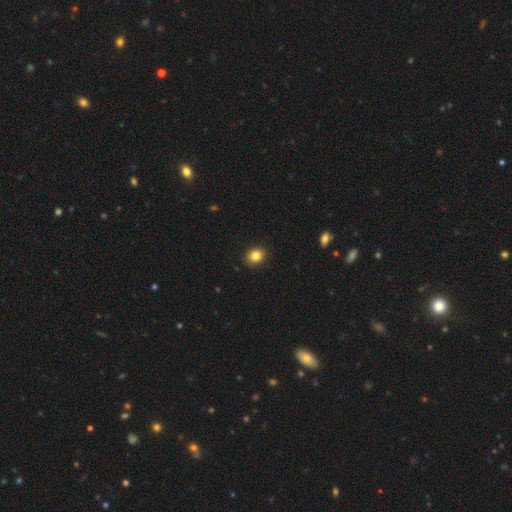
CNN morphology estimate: A smooth galaxy with no disk features (84%) that is round (65%). Merging: none (91%).